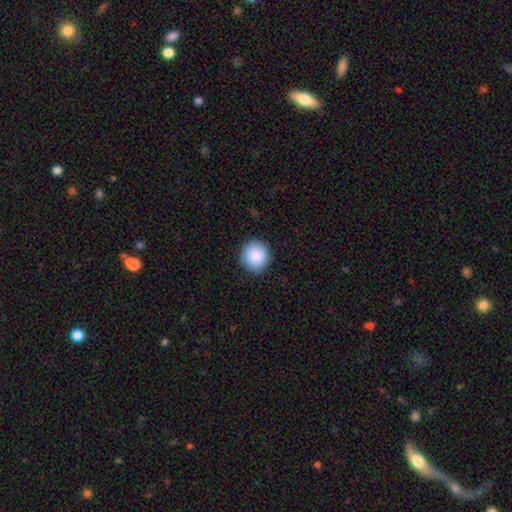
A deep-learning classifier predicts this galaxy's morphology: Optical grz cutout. It shows a smooth galaxy with no disk features (88%) that is round (88%). Merging: none (88%).